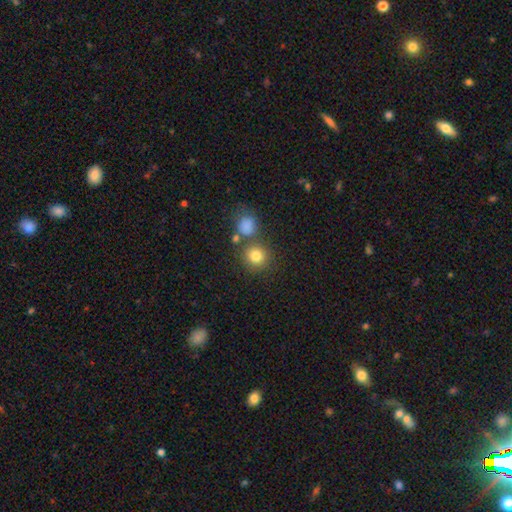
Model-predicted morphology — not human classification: This appears to be a smooth galaxy with no disk features (80%) that is round (88%). Merging: none (71%).